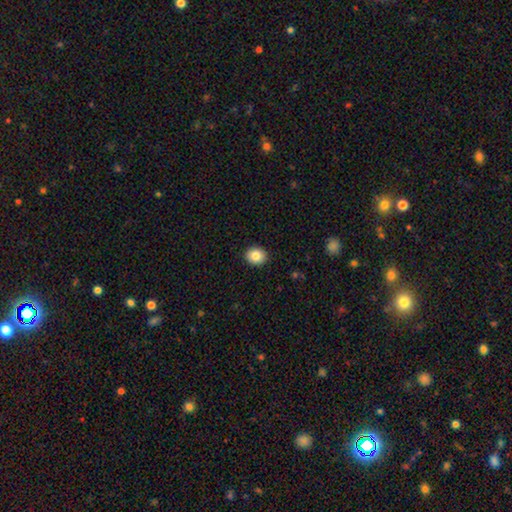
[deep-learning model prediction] smooth_or_featured: smooth (p=0.85) [alt: star or artifact p=0.09]
how_rounded: round (p=0.68) [alt: in between p=0.31]
merging: none (p=0.91) [alt: minor disturbance p=0.06]